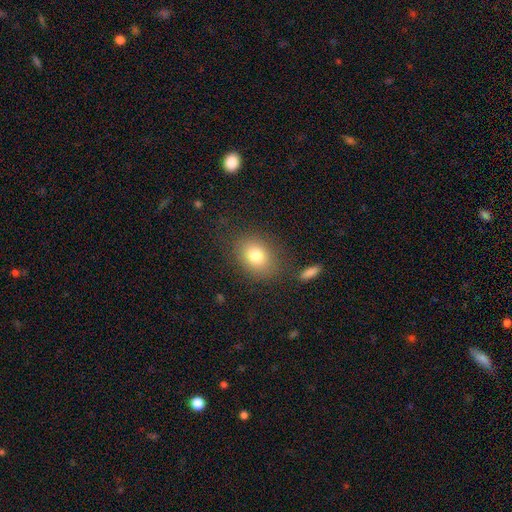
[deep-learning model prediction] The model was most divided on "how rounded": in between: 58%, round: 41%, cigar-shaped: 1%. More confident: smooth or featured — smooth (79%); merging — none (78%).